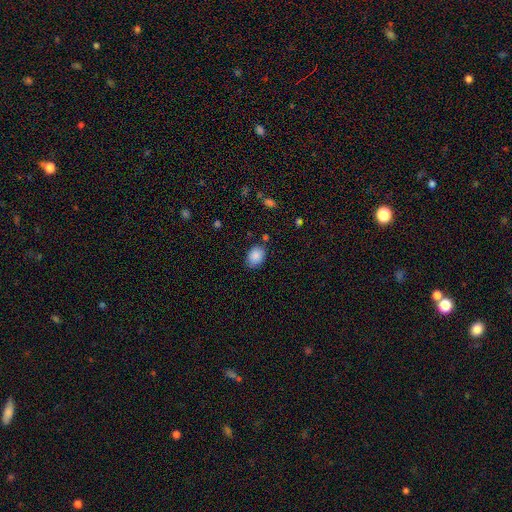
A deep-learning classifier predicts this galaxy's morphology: Q: Smooth or featured?
A: smooth (87%); runner-up: star or artifact (8%)
Q: How rounded?
A: in between (67%); runner-up: round (32%)
Q: Merging?
A: none (77%); runner-up: minor disturbance (16%)